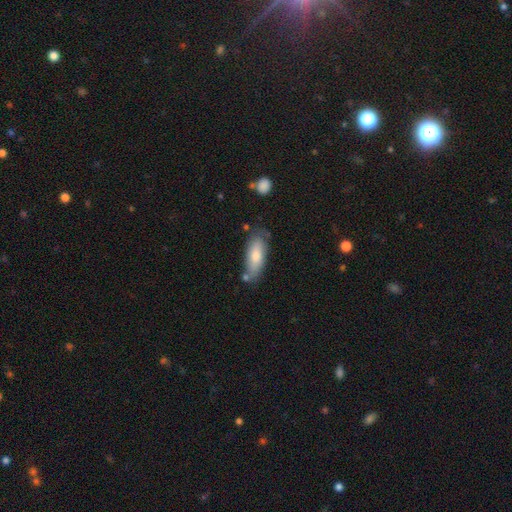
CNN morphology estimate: This appears to be a smooth galaxy with no disk features (77%) that is in between round and cigar-shaped (74%). Merging: none (68%).